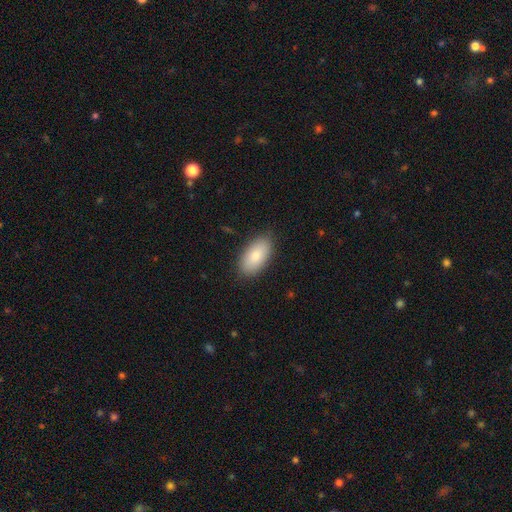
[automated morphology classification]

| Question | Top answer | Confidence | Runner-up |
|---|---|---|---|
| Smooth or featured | smooth | 83% | featured or disk (11%) |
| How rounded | in between | 94% | cigar-shaped (3%) |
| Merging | none | 85% | minor disturbance (11%) |